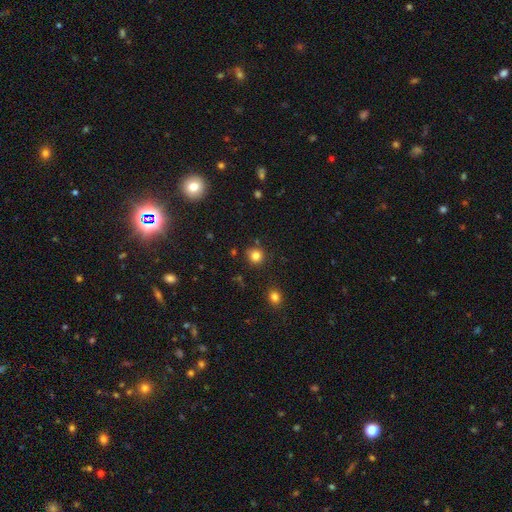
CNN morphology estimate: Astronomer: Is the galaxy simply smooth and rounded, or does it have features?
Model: smooth — 82%.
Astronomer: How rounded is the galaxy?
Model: round — 91%.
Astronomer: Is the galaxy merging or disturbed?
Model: none — 86%.